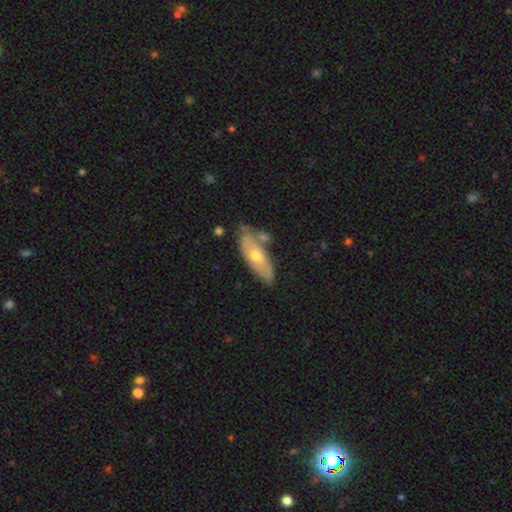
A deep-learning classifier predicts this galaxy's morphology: Smooth or featured: featured or disk — 48% (smooth — 47%)
Merging: none — 66% (minor disturbance — 19%)